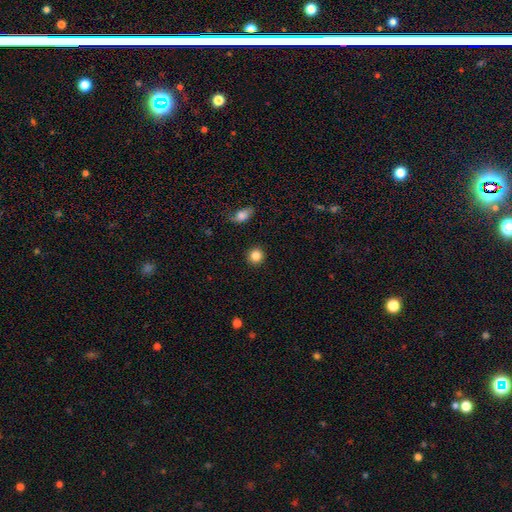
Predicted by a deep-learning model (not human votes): This appears to be a smooth galaxy with no disk features (86%) that is round (92%). Merging: none (91%).